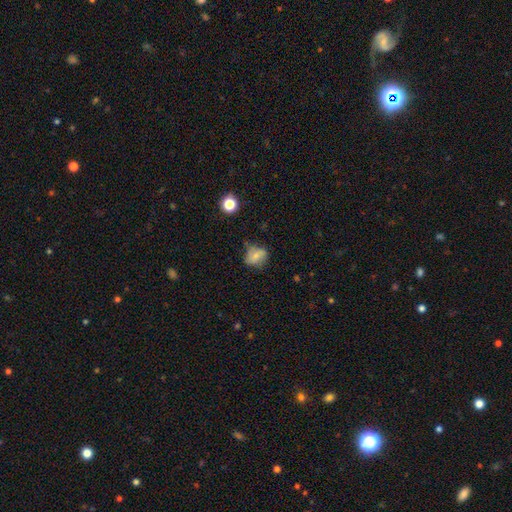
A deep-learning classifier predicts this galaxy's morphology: Smooth or featured? Predicted: smooth (p=0.65). How rounded? Predicted: round (p=0.53). Merging? Predicted: none (p=0.54).